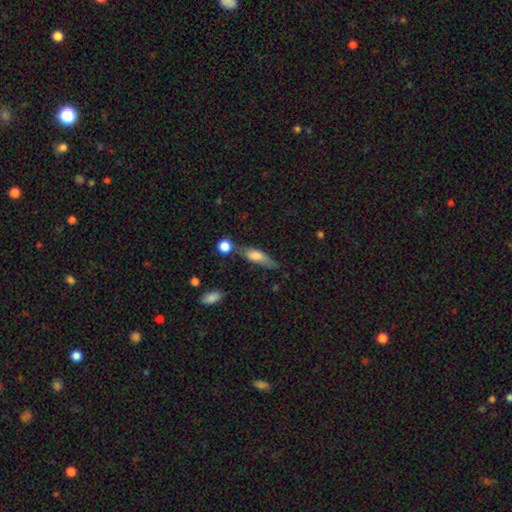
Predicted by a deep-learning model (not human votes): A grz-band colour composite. It shows a smooth galaxy with no disk features (67%) that is cigar-shaped (53%). Merging: none (51%).